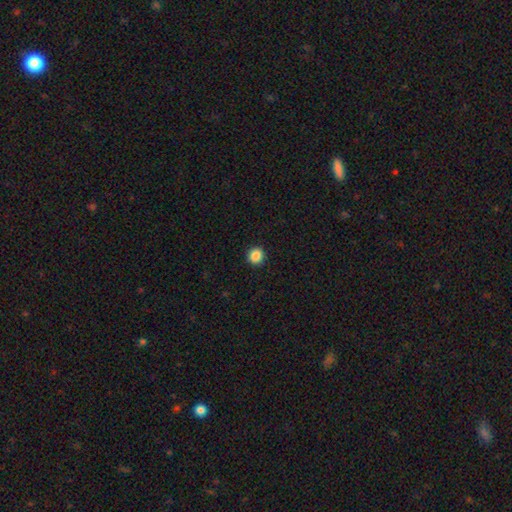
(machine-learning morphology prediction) Overall: smooth (87%). How rounded: round (94%). Merging: none (93%).